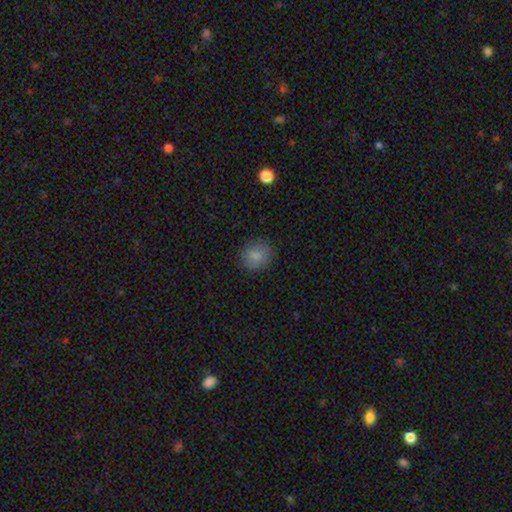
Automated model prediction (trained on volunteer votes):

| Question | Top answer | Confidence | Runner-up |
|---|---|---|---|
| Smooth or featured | smooth | 84% | star or artifact (10%) |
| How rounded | round | 79% | in between (20%) |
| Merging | none | 84% | minor disturbance (12%) |